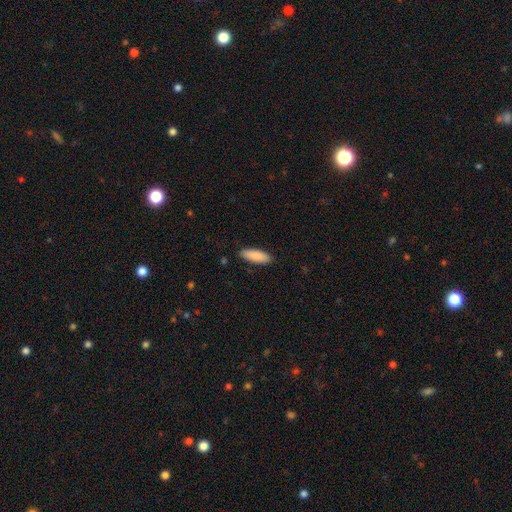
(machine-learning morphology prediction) smooth-or-featured: smooth: 89% | star or artifact: 6% | featured or disk: 5%
  how-rounded: in between: 60% | cigar-shaped: 38% | round: 2%
  merging: none: 88% | minor disturbance: 9% | major disturbance: 2% | merger: 1%